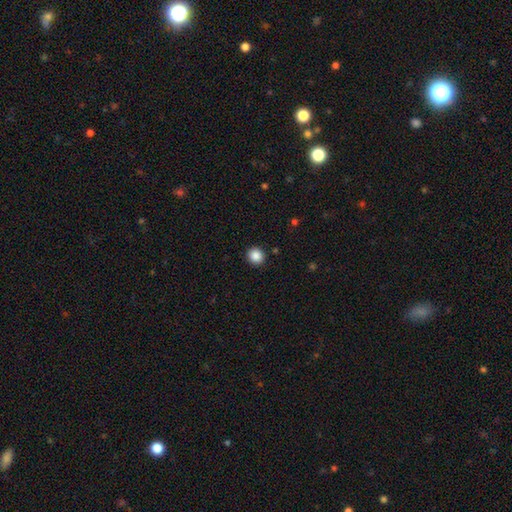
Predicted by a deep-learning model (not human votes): Overall: smooth (87%). How rounded: round (89%). Merging: none (92%).